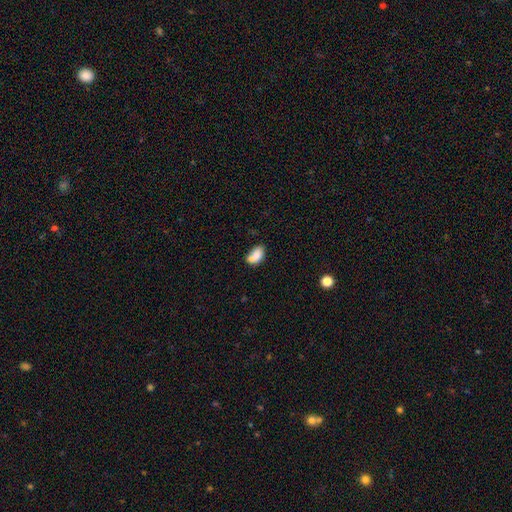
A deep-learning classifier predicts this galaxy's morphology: Smooth or featured? smooth (78%)
How rounded? in between (87%)
Merging? none (40%)